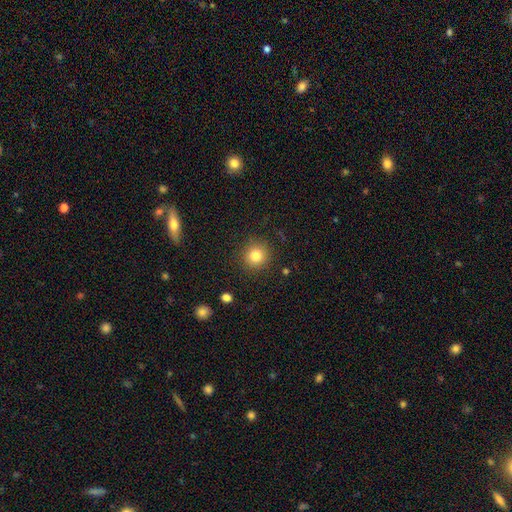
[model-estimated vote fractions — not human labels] smooth 82%, star or artifact 11%, featured or disk 7%. Down the decision tree: how rounded — round (92%); merging — none (89%).